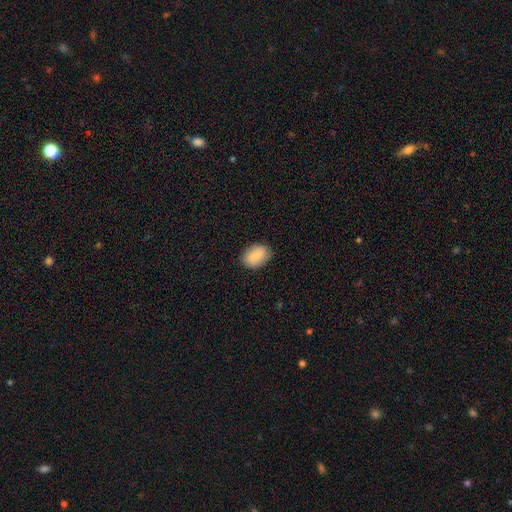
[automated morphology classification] smooth 84%, featured or disk 9%, star or artifact 7%. Down the decision tree: how rounded — in between (80%); merging — none (85%).